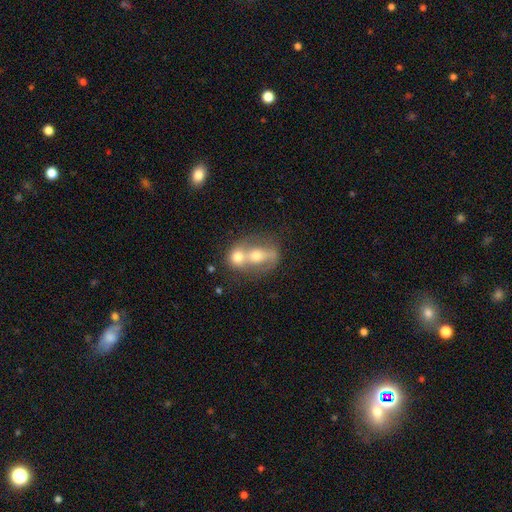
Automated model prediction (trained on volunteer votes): Smooth or featured: smooth — 45% (tied with featured or disk — 45%)
Merging: merger — 67% (none — 20%)